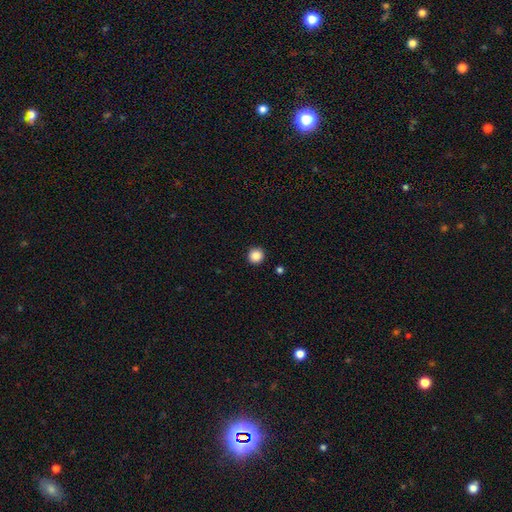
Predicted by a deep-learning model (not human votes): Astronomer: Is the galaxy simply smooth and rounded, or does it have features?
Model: smooth — 86%.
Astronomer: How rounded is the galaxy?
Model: round — 95%.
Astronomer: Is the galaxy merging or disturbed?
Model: none — 93%.